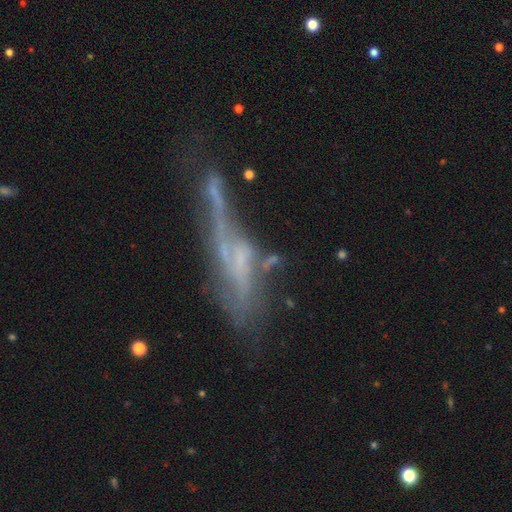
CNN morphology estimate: A featured or disk galaxy (65%) viewed edge-on (58%). Merging: none (34%).